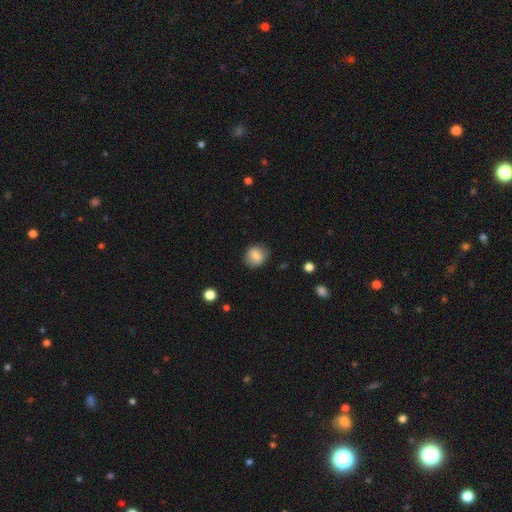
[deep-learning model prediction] A smooth galaxy with no disk features (83%) that is round (71%).

Vote fractions:
- Smooth or featured? smooth: 83% / featured or disk: 8% / star or artifact: 8%
- How rounded? round: 71% / in between: 28% / cigar-shaped: 1%
- Merging? none: 84% / minor disturbance: 11% / major disturbance: 3% / merger: 1%